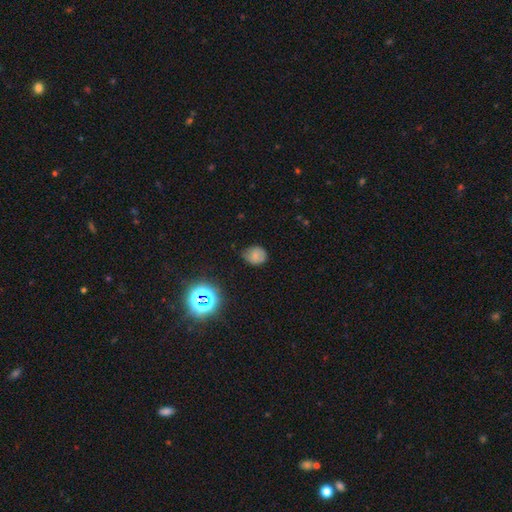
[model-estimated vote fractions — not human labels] smooth-or-featured: smooth: 71% | star or artifact: 16% | featured or disk: 13%
  how-rounded: round: 64% | in between: 36% | cigar-shaped: 1%
  merging: none: 63% | minor disturbance: 29% | major disturbance: 6% | merger: 2%